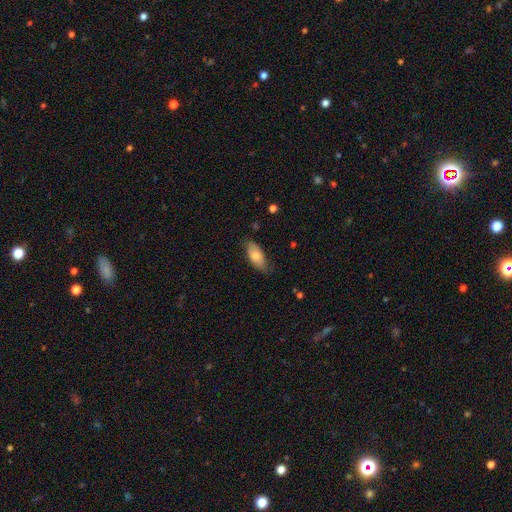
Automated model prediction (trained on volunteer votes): The model was most divided on "merging": none: 73%, minor disturbance: 22%, major disturbance: 4%, merger: 1%. More confident: how rounded — in between (88%); smooth or featured — smooth (76%).